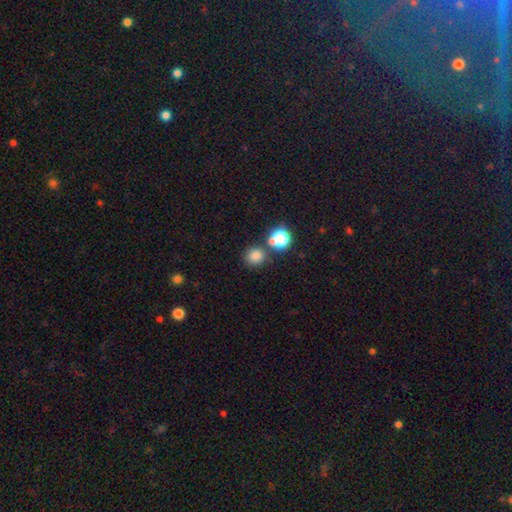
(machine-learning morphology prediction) Smooth or featured?
  - smooth: 79% *
  - star or artifact: 16%
  - featured or disk: 5%
How rounded?
  - round: 89% *
  - in between: 10%
  - cigar-shaped: 1%
Merging?
  - none: 71% *
  - merger: 17%
  - minor disturbance: 8%
  - major disturbance: 3%